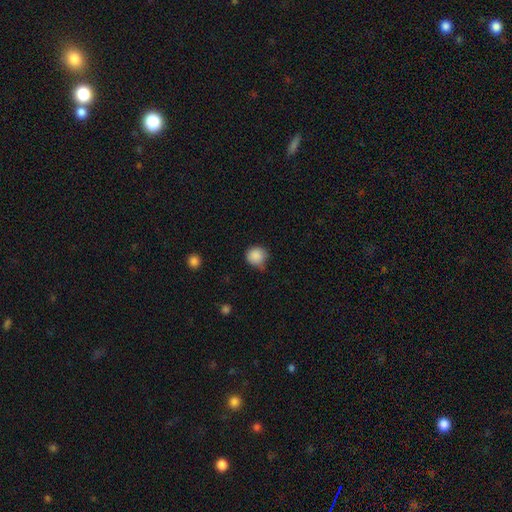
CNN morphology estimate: Smooth or featured? smooth (86%)
How rounded? round (89%)
Merging? none (59%)